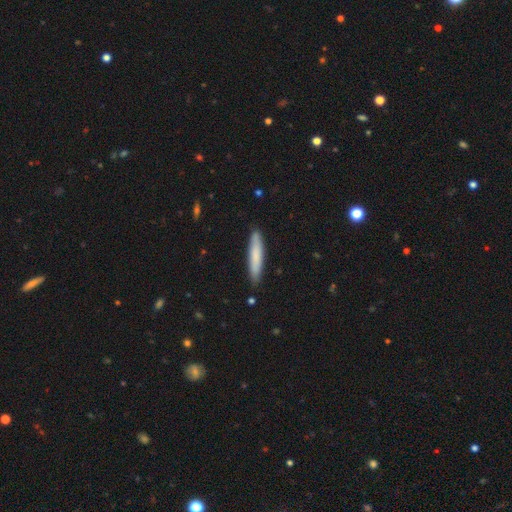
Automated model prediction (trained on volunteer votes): Q: Smooth or featured?
A: smooth (76%); runner-up: featured or disk (19%)
Q: How rounded?
A: cigar-shaped (90%); runner-up: in between (9%)
Q: Merging?
A: none (87%); runner-up: minor disturbance (10%)